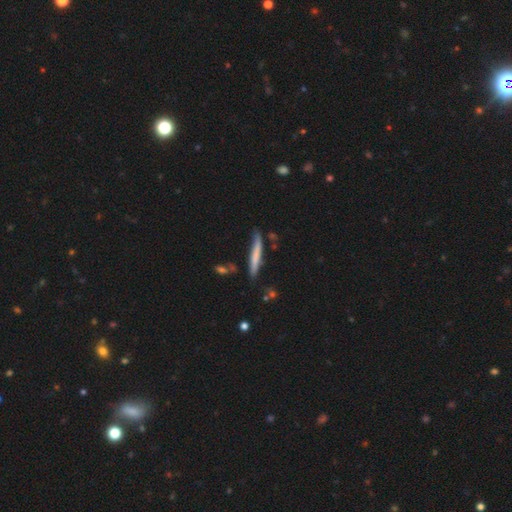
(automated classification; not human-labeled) Q: Smooth or featured?
A: smooth (65%); runner-up: featured or disk (30%)
Q: How rounded?
A: cigar-shaped (94%); runner-up: in between (4%)
Q: Merging?
A: none (74%); runner-up: minor disturbance (18%)